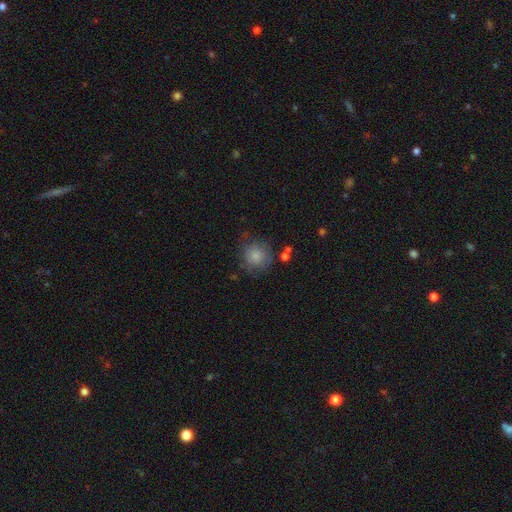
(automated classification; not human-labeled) Overall: smooth (79%). How rounded: round (88%). Merging: none (66%).